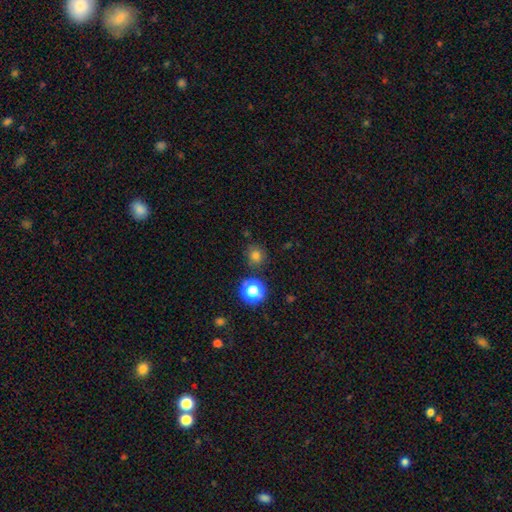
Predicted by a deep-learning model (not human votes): A smooth galaxy with no disk features (74%) that is round (88%). Merging: none (85%).